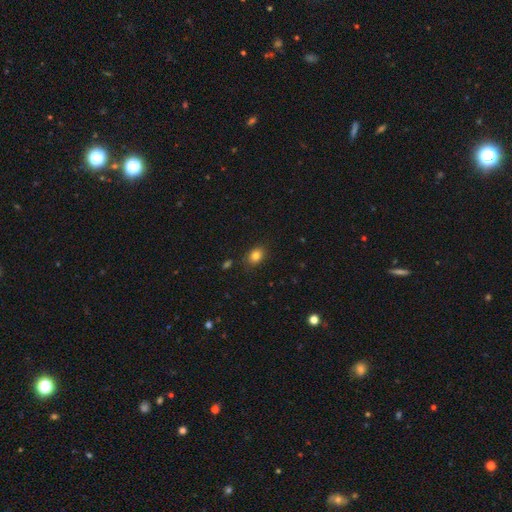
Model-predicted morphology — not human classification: Overall: smooth (83%). How rounded: in between (66%; round 33%). Merging: none (86%).